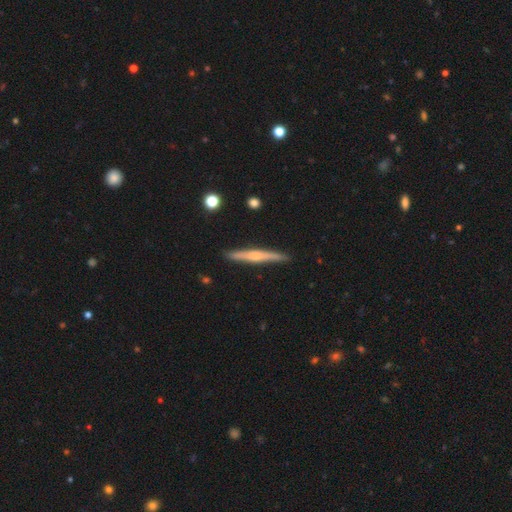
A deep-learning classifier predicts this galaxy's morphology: Q: Smooth or featured?
A: featured or disk (60%); runner-up: smooth (34%)
Q: Edge-on disk?
A: yes (97%); runner-up: no (3%)
Q: Edge-on bulge?
A: rounded (61%); runner-up: none (24%)
Q: Merging?
A: none (89%); runner-up: minor disturbance (8%)